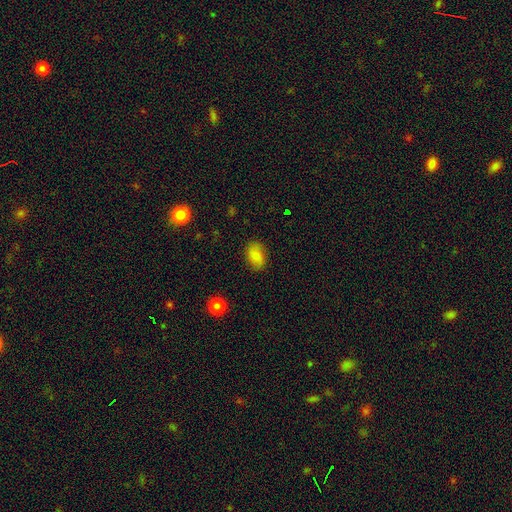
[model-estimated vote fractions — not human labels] Smooth or featured? smooth (84%)
How rounded? in between (84%)
Merging? none (84%)